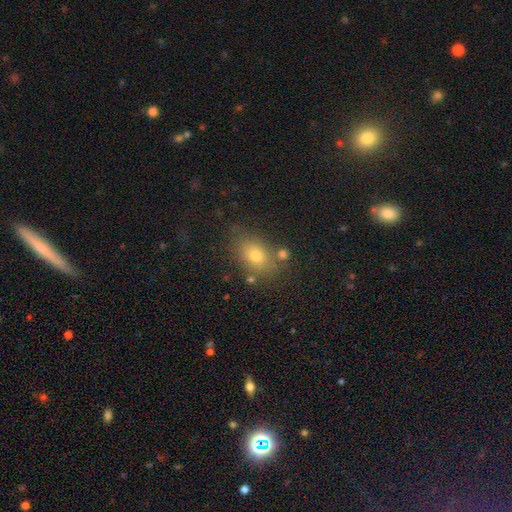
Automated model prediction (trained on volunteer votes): The model was most divided on "how rounded": in between: 72%, round: 27%, cigar-shaped: 2%. More confident: smooth or featured — smooth (73%); merging — none (73%).